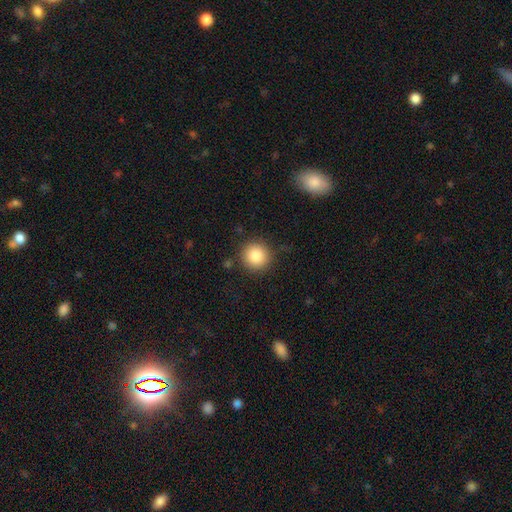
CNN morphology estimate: A smooth galaxy with no disk features (85%) that is round (94%). Merging: none (87%).